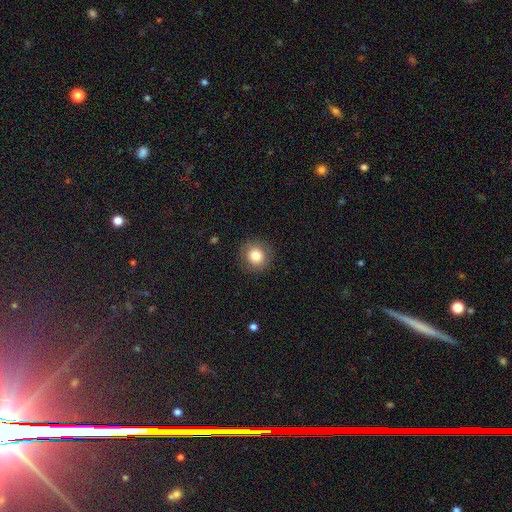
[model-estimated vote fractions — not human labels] Smooth or featured?
  - smooth: 81% *
  - star or artifact: 10%
  - featured or disk: 9%
How rounded?
  - round: 92% *
  - in between: 7%
  - cigar-shaped: 1%
Merging?
  - none: 90% *
  - minor disturbance: 7%
  - major disturbance: 2%
  - merger: 1%